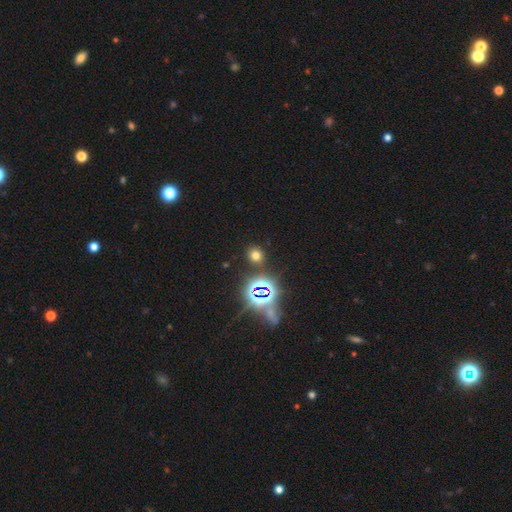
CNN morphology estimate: smooth-or-featured: smooth: 61% | star or artifact: 32% | featured or disk: 7%
  how-rounded: round: 78% | in between: 20% | cigar-shaped: 1%
  merging: none: 86% | minor disturbance: 7% | merger: 4% | major disturbance: 3%